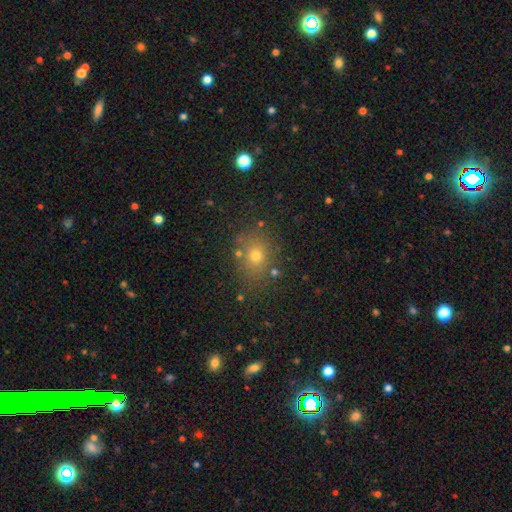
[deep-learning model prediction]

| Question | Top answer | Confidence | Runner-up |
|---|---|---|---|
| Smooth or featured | smooth | 70% | star or artifact (19%) |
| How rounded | round | 56% | in between (43%) |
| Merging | none | 79% | minor disturbance (12%) |